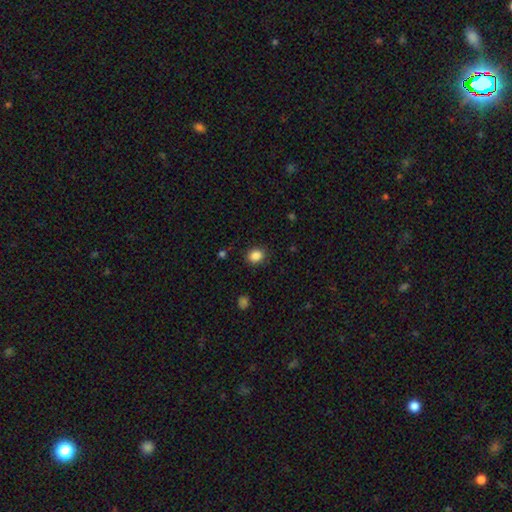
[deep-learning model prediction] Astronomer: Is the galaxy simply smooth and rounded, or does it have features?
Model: smooth — 86%.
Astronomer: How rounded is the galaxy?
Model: round — 69%.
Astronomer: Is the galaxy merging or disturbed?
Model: none — 88%.